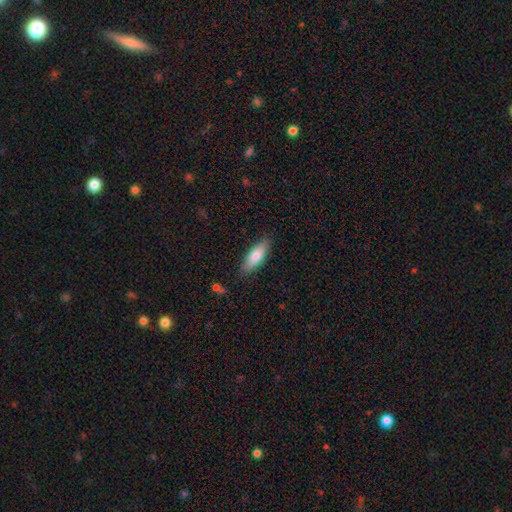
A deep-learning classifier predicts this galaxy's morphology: Smooth or featured: smooth — 79% (featured or disk — 16%)
How rounded: in between — 61% (cigar-shaped — 37%)
Merging: none — 85% (minor disturbance — 11%)